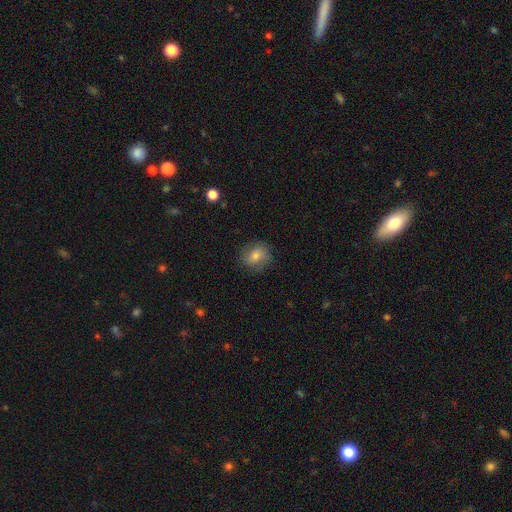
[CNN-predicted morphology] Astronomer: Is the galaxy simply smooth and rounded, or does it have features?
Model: smooth — 70%.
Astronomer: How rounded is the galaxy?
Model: round — 72%.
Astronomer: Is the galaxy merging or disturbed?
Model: none — 83%.